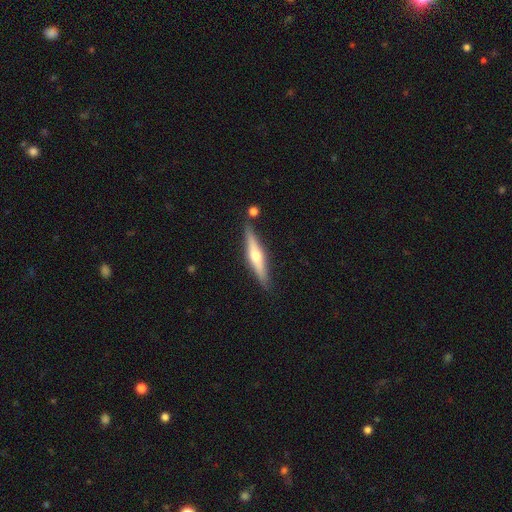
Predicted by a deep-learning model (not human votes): This is likely a featured or disk galaxy (64%). It is clearly viewed edge-on (96%). Edge-on bulge: clearly rounded (91%). Merging: clearly none (84%).